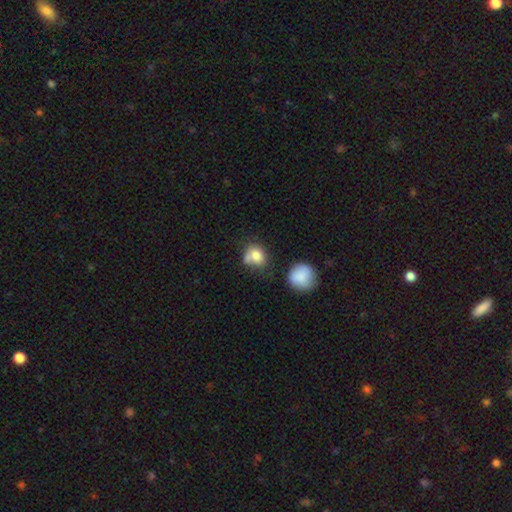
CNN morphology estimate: Smooth or featured: smooth — 77% (featured or disk — 13%)
How rounded: round — 61% (in between — 38%)
Merging: none — 43% (merger — 26%)